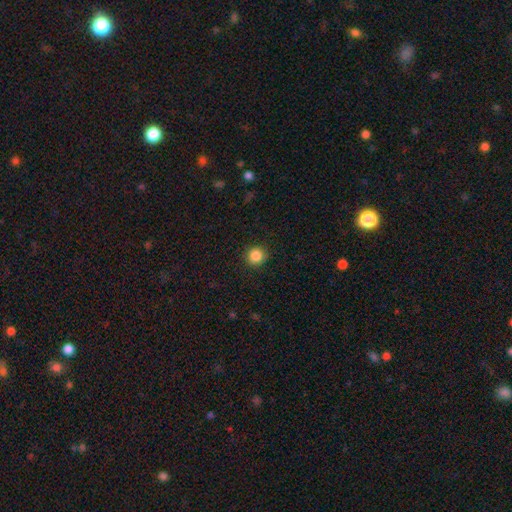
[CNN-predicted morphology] A smooth galaxy with no disk features (86%) that is round (93%). Merging: none (91%).